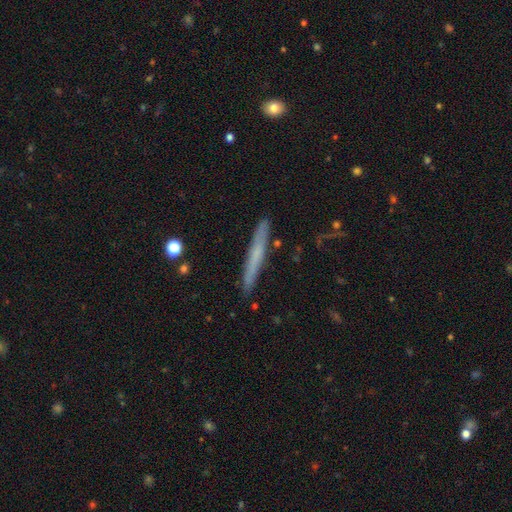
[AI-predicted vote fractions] Smooth or featured? smooth (49%)
Merging? none (89%)